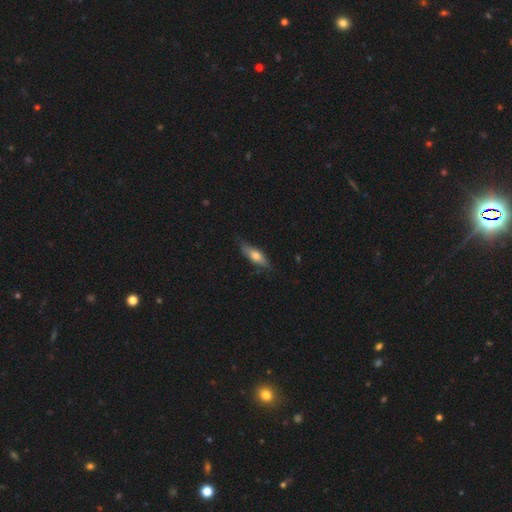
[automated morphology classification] Q: Smooth or featured?
A: smooth (63%); runner-up: featured or disk (31%)
Q: How rounded?
A: in between (51%); runner-up: cigar-shaped (47%)
Q: Merging?
A: none (75%); runner-up: minor disturbance (21%)